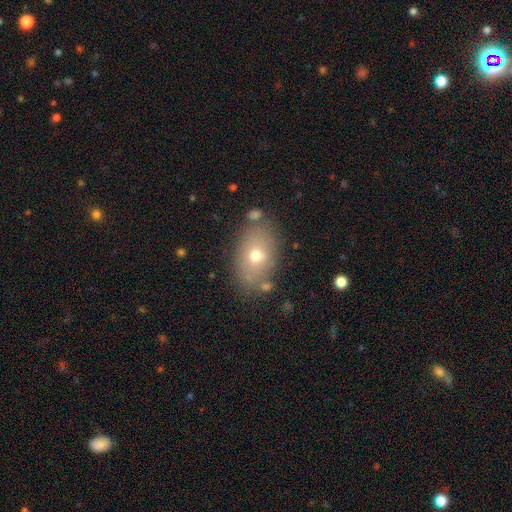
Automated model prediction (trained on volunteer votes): smooth-or-featured: smooth: 66% | featured or disk: 23% | star or artifact: 11%
  how-rounded: in between: 83% | round: 16% | cigar-shaped: 2%
  merging: none: 74% | minor disturbance: 15% | merger: 6% | major disturbance: 5%